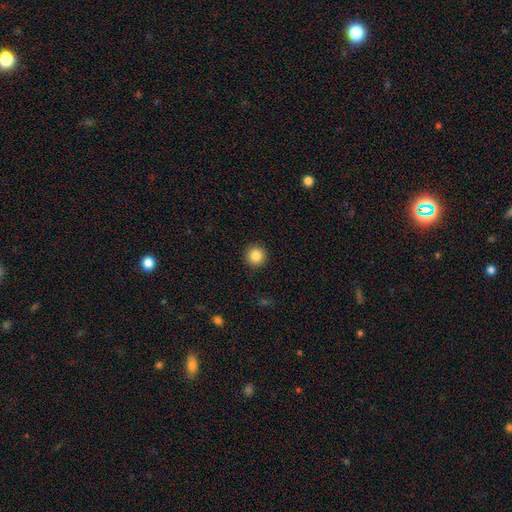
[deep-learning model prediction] This appears to be a smooth galaxy with no disk features (85%) that is round (95%). Merging: none (92%).